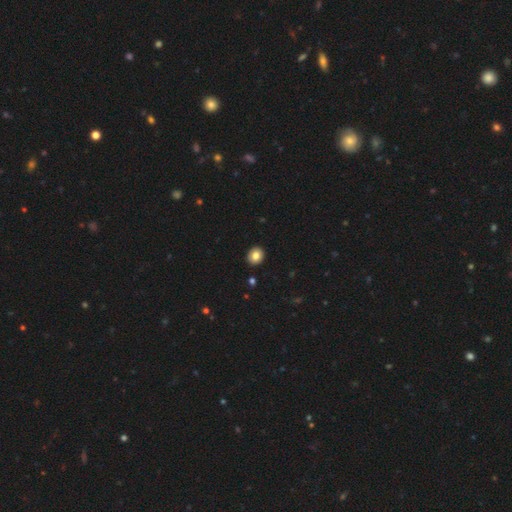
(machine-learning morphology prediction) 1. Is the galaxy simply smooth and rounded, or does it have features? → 82% smooth, 9% star or artifact, 9% featured or disk.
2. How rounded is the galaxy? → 74% round, 25% in between, 1% cigar-shaped.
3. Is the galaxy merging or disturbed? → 92% none, 5% minor disturbance, 1% major disturbance, 1% merger.